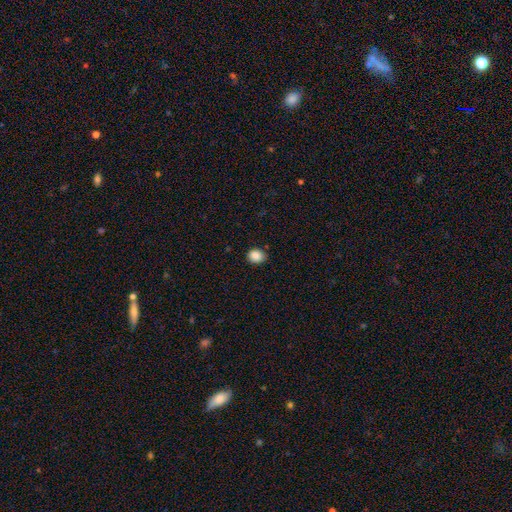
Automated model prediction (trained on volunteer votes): Smooth or featured? Predicted: smooth (p=0.88). How rounded? Predicted: round (p=0.55). Merging? Predicted: none (p=0.86).